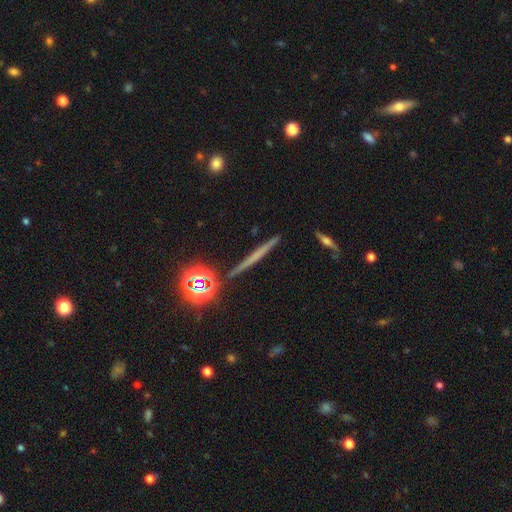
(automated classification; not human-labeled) featured or disk 45%, smooth 36%, star or artifact 19%. Down the decision tree: merging — none (89%).